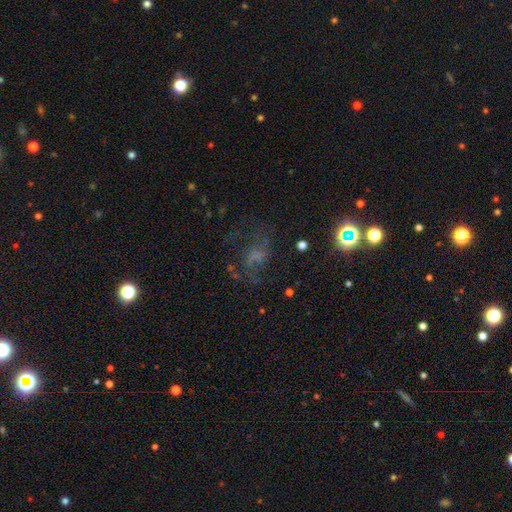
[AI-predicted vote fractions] Smooth or featured?
  - featured or disk: 45% *
  - star or artifact: 28%
  - smooth: 26%
Merging?
  - none: 51% *
  - major disturbance: 28%
  - minor disturbance: 18%
  - merger: 3%